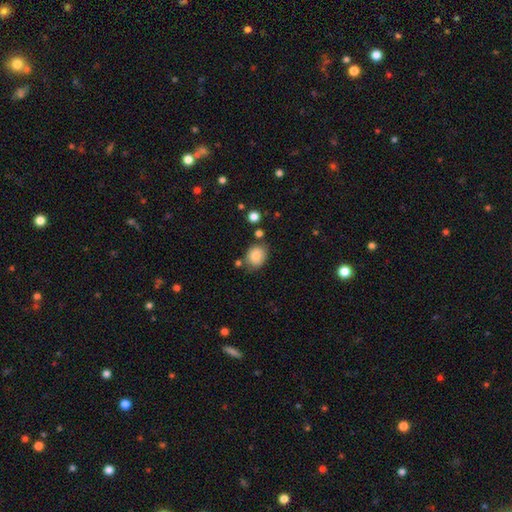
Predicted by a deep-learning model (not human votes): This is clearly a smooth galaxy (84%). How rounded: possibly round (56%). Merging: likely none (73%).